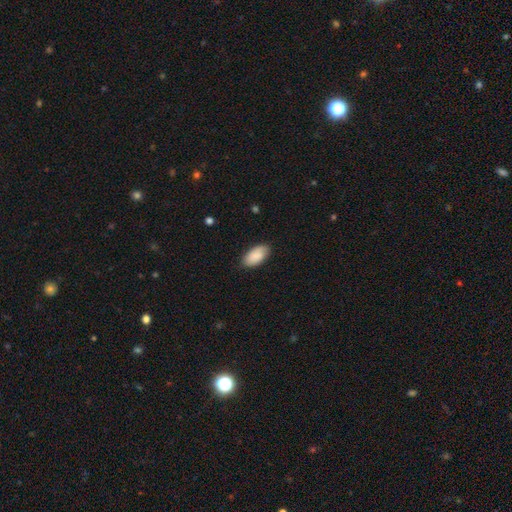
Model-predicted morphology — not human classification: This is clearly a smooth galaxy (87%). How rounded: clearly in between (95%). Merging: clearly none (84%).